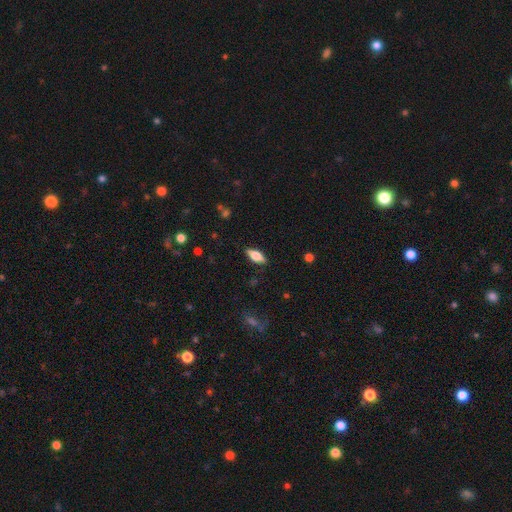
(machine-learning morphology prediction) smooth-or-featured: smooth: 66% | featured or disk: 27% | star or artifact: 7%
  how-rounded: in between: 78% | cigar-shaped: 19% | round: 3%
  merging: none: 85% | minor disturbance: 11% | major disturbance: 2% | merger: 1%